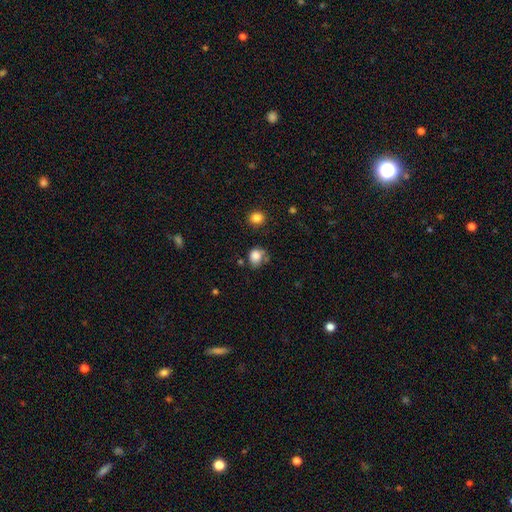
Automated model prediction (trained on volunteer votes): Overall: smooth (81%). How rounded: round (60%; in between 39%). Merging: none (51%; minor disturbance 27%).